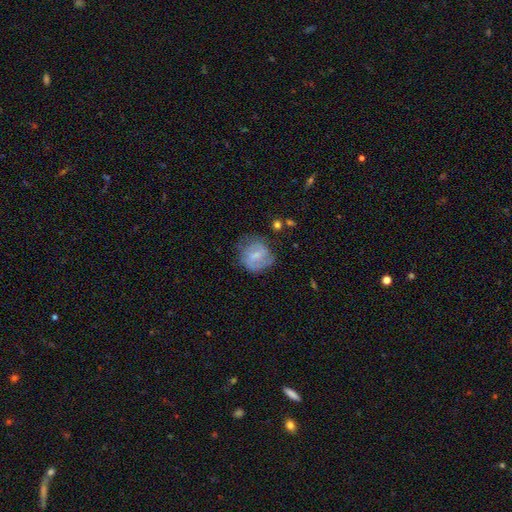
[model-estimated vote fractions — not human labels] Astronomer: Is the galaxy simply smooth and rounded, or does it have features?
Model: smooth — 47% (runner-up: featured or disk, 45%).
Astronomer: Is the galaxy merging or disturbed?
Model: none — 53%.